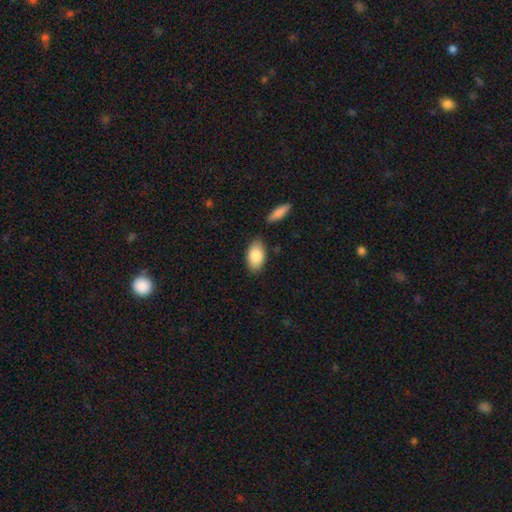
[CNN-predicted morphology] Smooth or featured: smooth — 85% (featured or disk — 9%)
How rounded: in between — 94% (round — 4%)
Merging: none — 79% (minor disturbance — 12%)